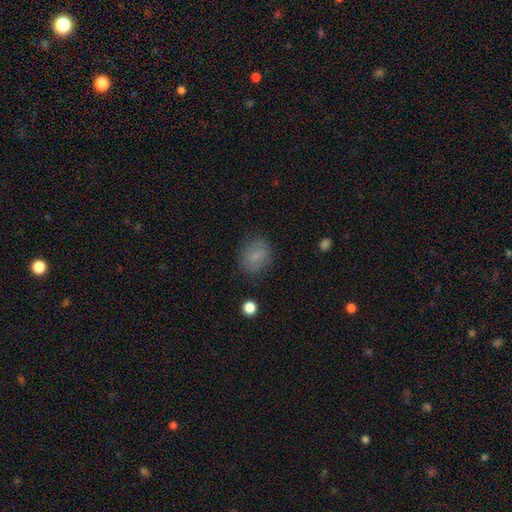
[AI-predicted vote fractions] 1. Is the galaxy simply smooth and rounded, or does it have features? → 78% smooth, 13% featured or disk, 9% star or artifact.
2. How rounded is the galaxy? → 57% in between, 42% round, 1% cigar-shaped.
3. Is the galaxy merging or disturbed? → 81% none, 13% minor disturbance, 4% major disturbance, 1% merger.